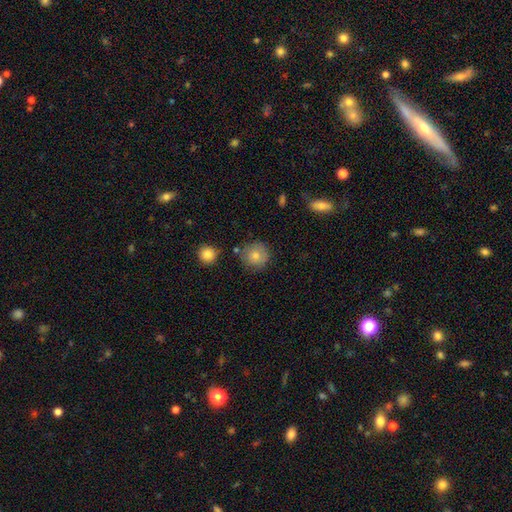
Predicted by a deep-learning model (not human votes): smooth_or_featured: smooth (p=0.79) [alt: featured or disk p=0.12]
how_rounded: round (p=0.93) [alt: in between p=0.06]
merging: none (p=0.76) [alt: minor disturbance p=0.14]